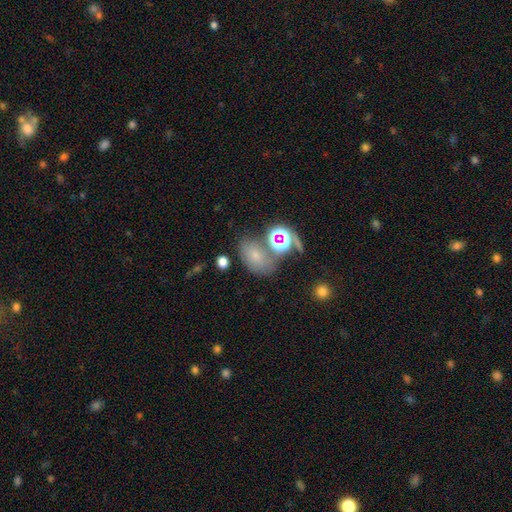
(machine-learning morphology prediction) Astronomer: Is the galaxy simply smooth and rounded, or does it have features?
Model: smooth — 55%.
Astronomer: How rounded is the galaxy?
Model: in between — 79%.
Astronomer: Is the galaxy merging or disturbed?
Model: none — 57%.